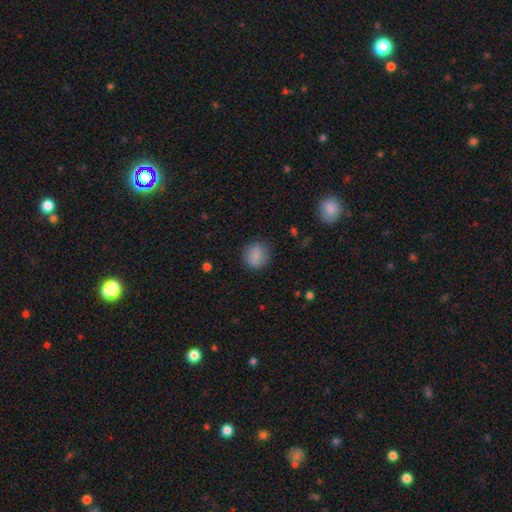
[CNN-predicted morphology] This is clearly a smooth galaxy (81%). How rounded: likely round (68%). Merging: clearly none (82%).